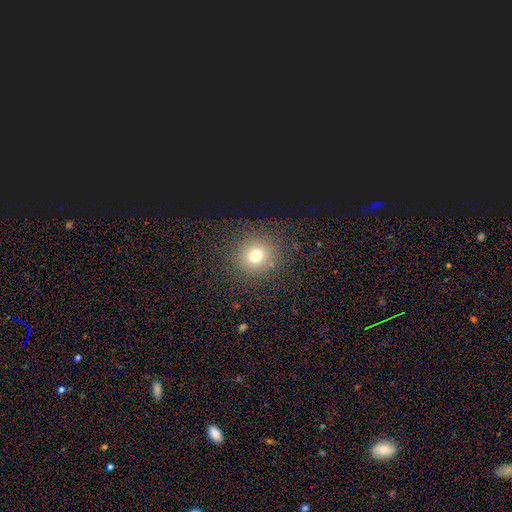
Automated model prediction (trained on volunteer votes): smooth-or-featured: smooth: 70% | star or artifact: 19% | featured or disk: 10%
  how-rounded: round: 90% | in between: 9% | cigar-shaped: 1%
  merging: none: 86% | minor disturbance: 8% | major disturbance: 5% | merger: 1%